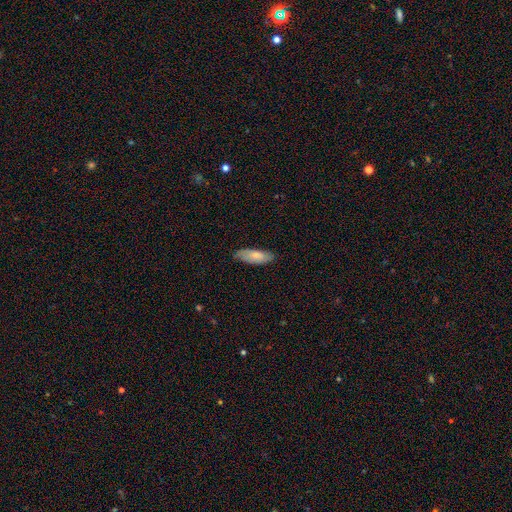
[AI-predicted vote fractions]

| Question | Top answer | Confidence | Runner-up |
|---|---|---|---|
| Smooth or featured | smooth | 76% | featured or disk (19%) |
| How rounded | in between | 69% | cigar-shaped (29%) |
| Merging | none | 76% | minor disturbance (20%) |